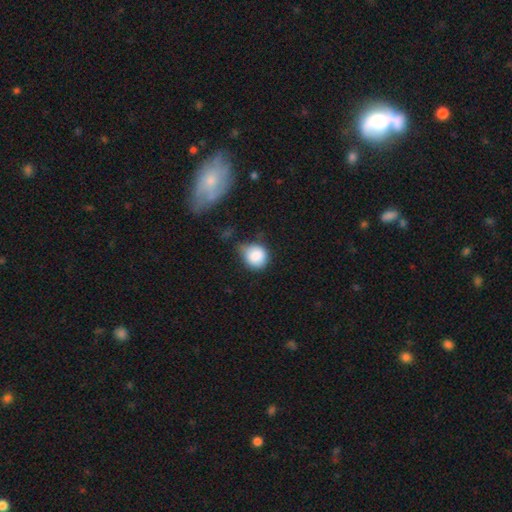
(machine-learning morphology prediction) Smooth or featured? smooth (84%)
How rounded? round (74%)
Merging? none (40%)